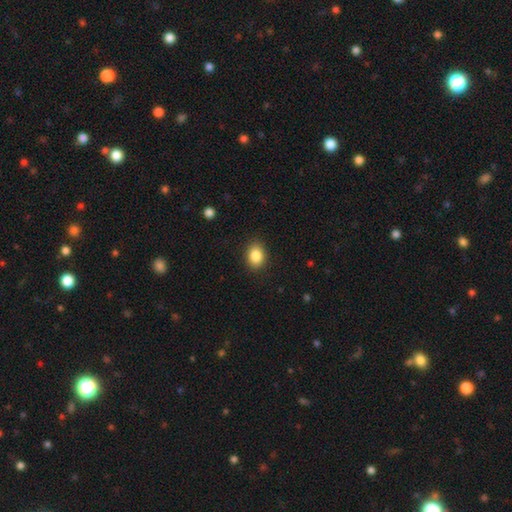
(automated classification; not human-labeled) smooth_or_featured: smooth (p=0.86) [alt: star or artifact p=0.09]
how_rounded: in between (p=0.70) [alt: round p=0.29]
merging: none (p=0.88) [alt: minor disturbance p=0.08]